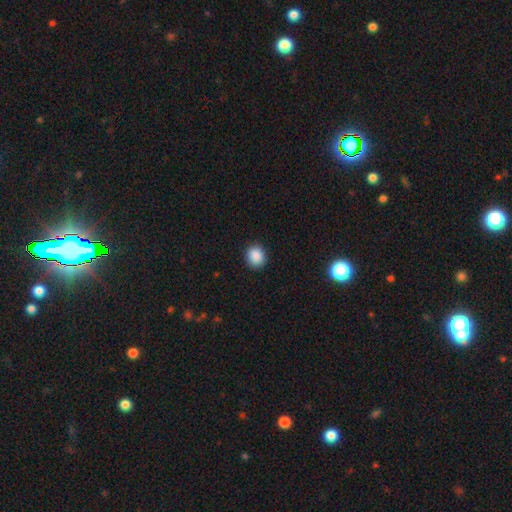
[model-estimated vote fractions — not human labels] The model was most divided on "how rounded": round: 79%, in between: 20%, cigar-shaped: 1%. More confident: merging — none (89%); smooth or featured — smooth (88%).